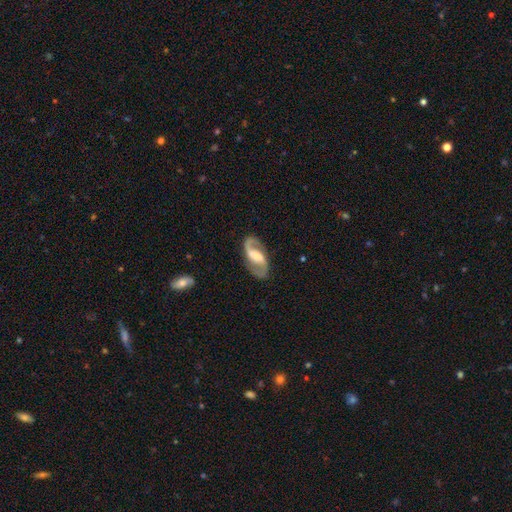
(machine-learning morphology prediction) A featured or disk galaxy (89%) with a weak bar (46%), 2 (93%) medium (49%) spiral arms (97%) and a moderate central bulge (47%). Merging: none (83%).